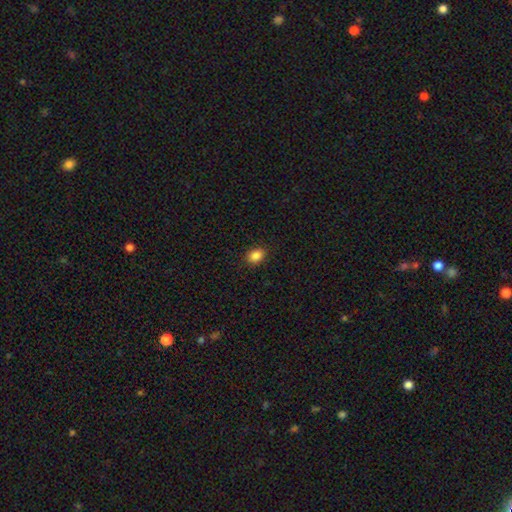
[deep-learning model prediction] The model was most divided on "how rounded": in between: 68%, round: 31%, cigar-shaped: 1%. More confident: merging — none (88%); smooth or featured — smooth (86%).